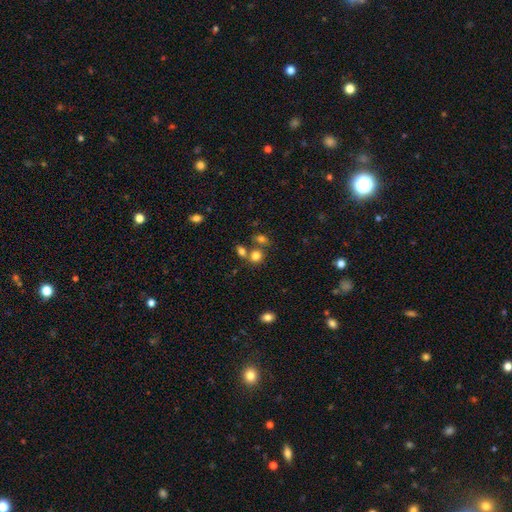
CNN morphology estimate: type=smooth (78%); roundness=round (74%); merging=none (56%).